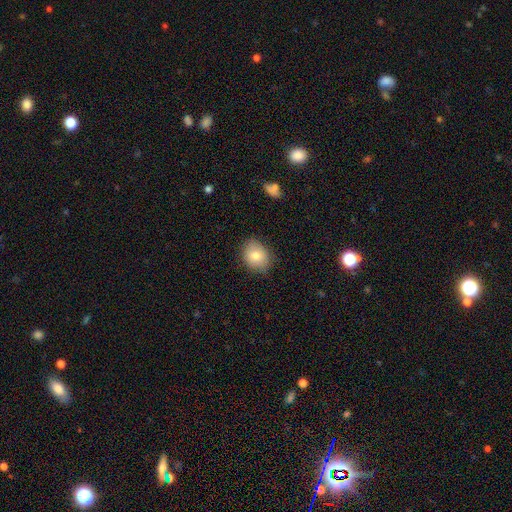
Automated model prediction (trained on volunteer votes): smooth_or_featured: smooth (p=0.79) [alt: featured or disk p=0.12]
how_rounded: in between (p=0.50) [alt: round p=0.49]
merging: none (p=0.82) [alt: minor disturbance p=0.14]